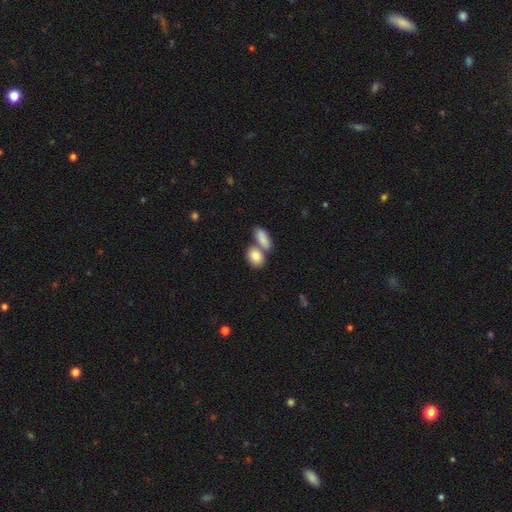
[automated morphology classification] Q: Smooth or featured?
A: smooth (84%); runner-up: featured or disk (9%)
Q: How rounded?
A: in between (80%); runner-up: round (17%)
Q: Merging?
A: none (44%); tied with: merger (44%)